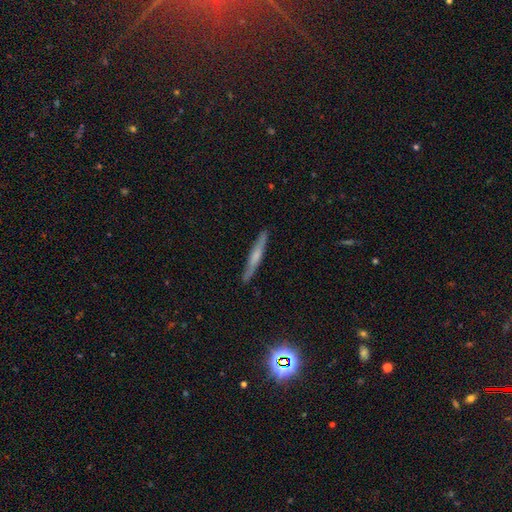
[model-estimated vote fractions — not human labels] A featured or disk galaxy (48%).

Vote fractions:
- Smooth or featured? featured or disk: 48% / smooth: 45% / star or artifact: 8%
- Merging? none: 89% / minor disturbance: 8% / major disturbance: 2% / merger: 1%